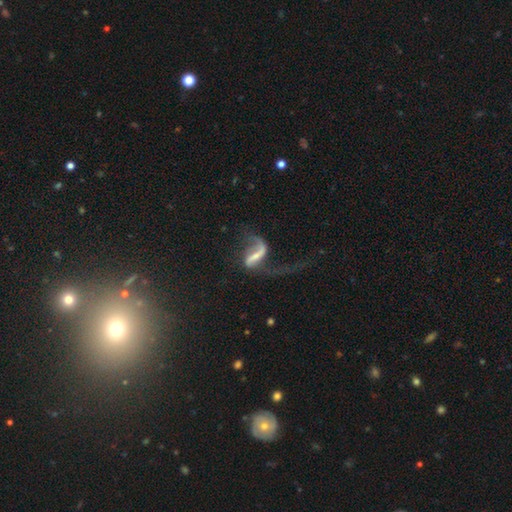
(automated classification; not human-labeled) This is likely a featured or disk galaxy (77%). It is clearly not viewed edge-on (94%). Bar: possibly strong (54%). Spiral arm pattern: clearly yes (86%). Spiral arm count: likely 2 (69%). Spiral winding: clearly loose (86%). Central bulge: marginally small (43%). Merging: possibly major disturbance (49%).